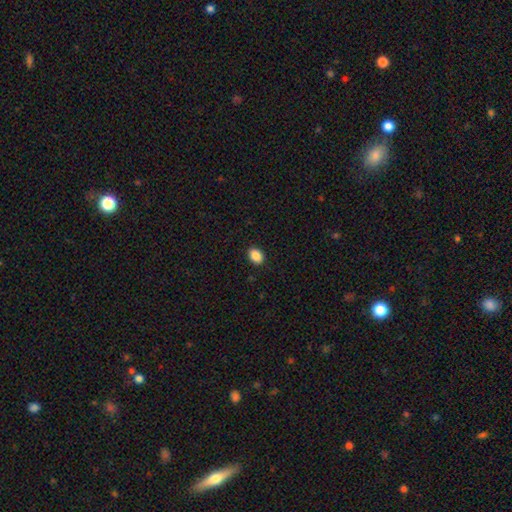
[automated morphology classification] smooth_or_featured: smooth (p=0.88) [alt: star or artifact p=0.08]
how_rounded: in between (p=0.69) [alt: round p=0.30]
merging: none (p=0.91) [alt: minor disturbance p=0.07]